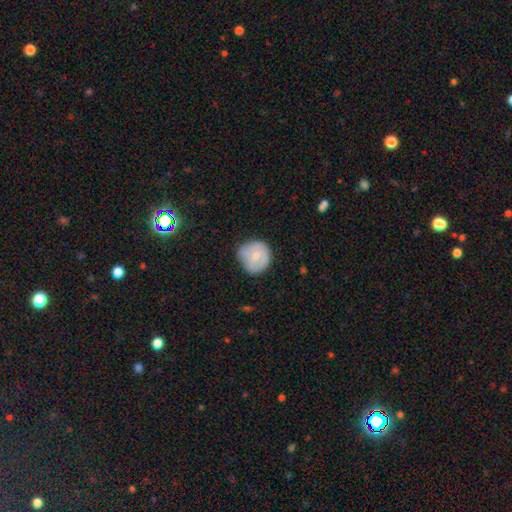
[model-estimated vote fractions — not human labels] Morphology: type=smooth (70%); roundness=round (89%); merging=none (61%).